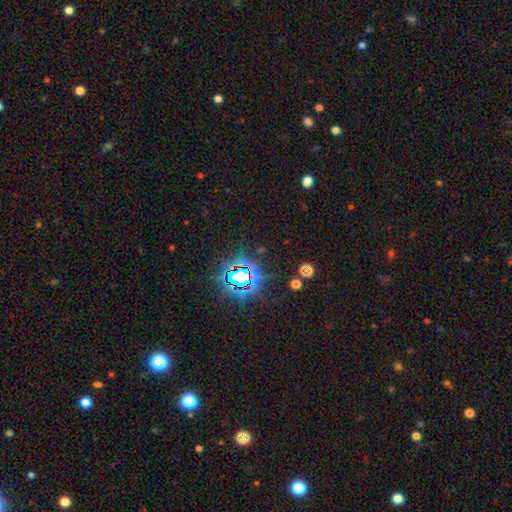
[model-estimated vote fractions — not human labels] Overall: star or artifact (83%).